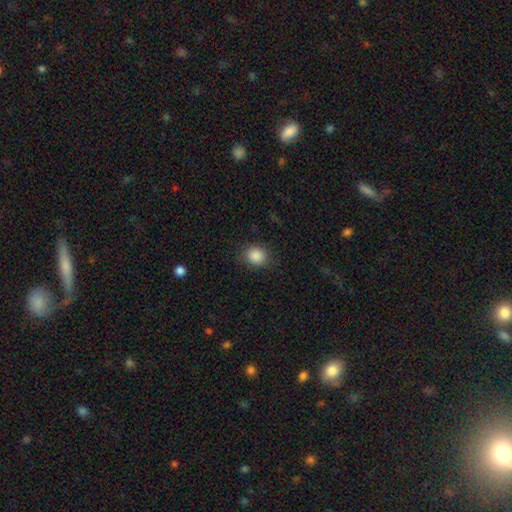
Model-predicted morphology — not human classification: smooth_or_featured: smooth (p=0.87) [alt: star or artifact p=0.09]
how_rounded: round (p=0.71) [alt: in between p=0.28]
merging: none (p=0.81) [alt: minor disturbance p=0.13]